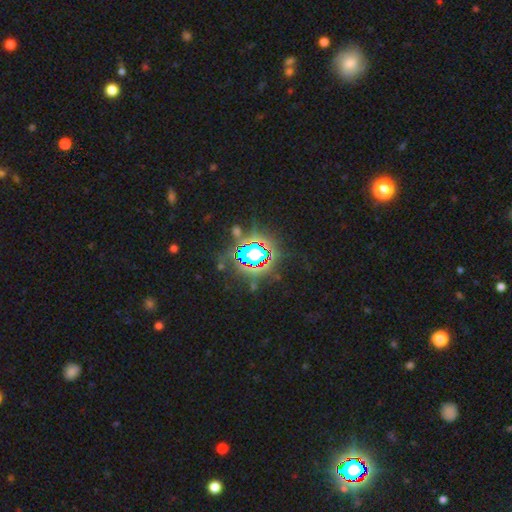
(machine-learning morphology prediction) Q: Smooth or featured?
A: star or artifact (71%); runner-up: smooth (16%)